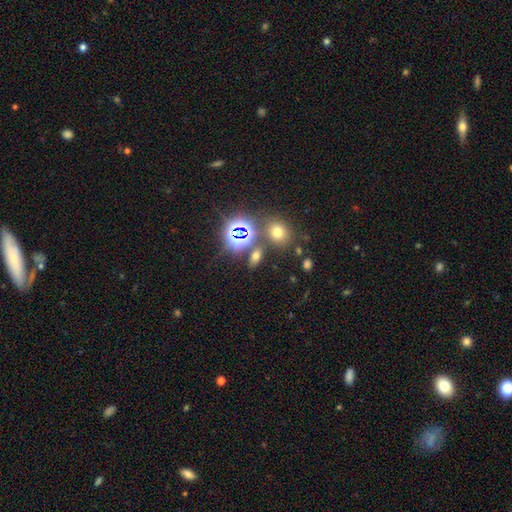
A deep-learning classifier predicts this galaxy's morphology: A smooth galaxy with no disk features (52%) that is in between round and cigar-shaped (70%). Merging: none (78%).